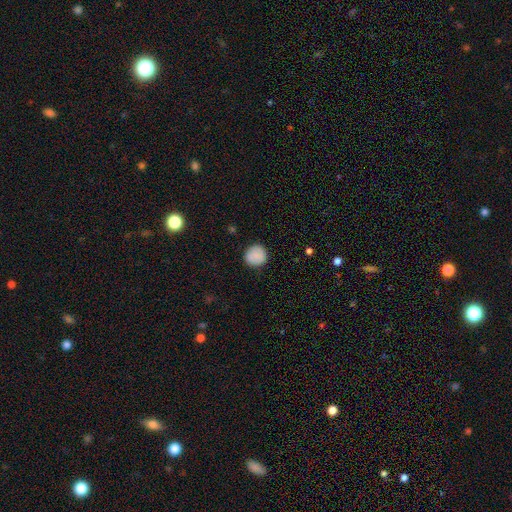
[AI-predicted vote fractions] A smooth galaxy with no disk features (86%) that is round (92%).

Vote fractions:
- Smooth or featured? smooth: 86% / star or artifact: 7% / featured or disk: 6%
- How rounded? round: 92% / in between: 7% / cigar-shaped: 1%
- Merging? none: 88% / minor disturbance: 8% / major disturbance: 2% / merger: 1%